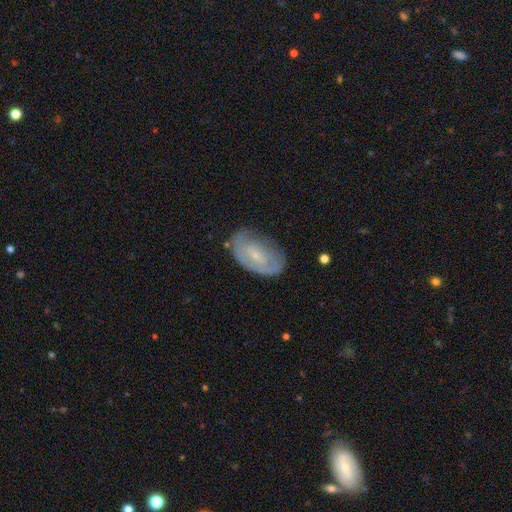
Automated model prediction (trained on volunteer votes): This appears to be a featured or disk galaxy (61%) with no bar (59%), spiral arms (69%) and a small central bulge (70%). Merging: none (59%).